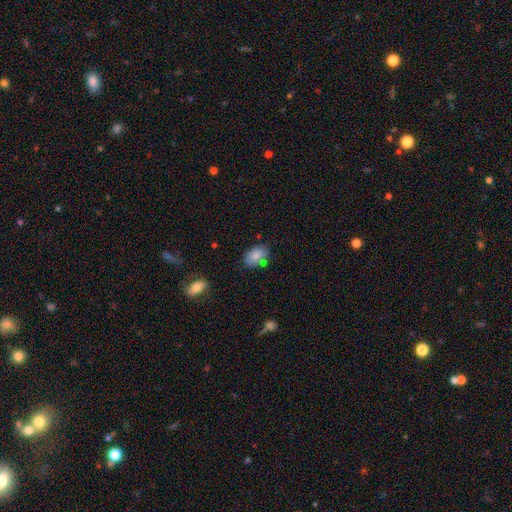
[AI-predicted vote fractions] smooth 83%, featured or disk 9%, star or artifact 8%. Down the decision tree: how rounded — in between (87%); merging — none (66%).